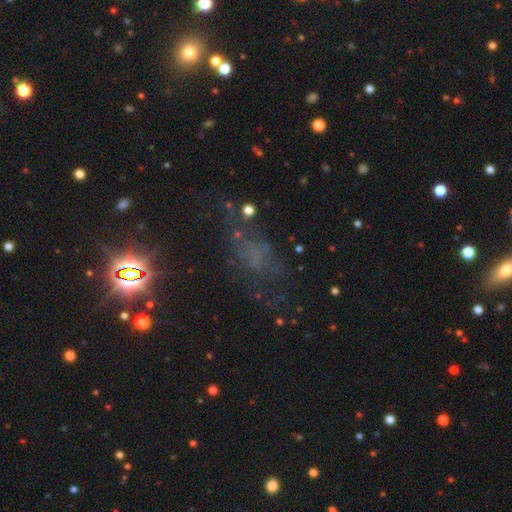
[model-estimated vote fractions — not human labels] smooth-or-featured: star or artifact: 38% | featured or disk: 32% | smooth: 30%